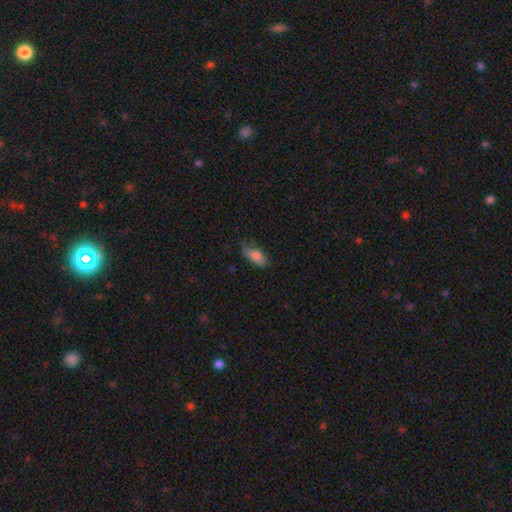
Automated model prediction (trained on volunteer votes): The model was most divided on "merging": none: 59%, minor disturbance: 32%, major disturbance: 8%, merger: 2%. More confident: how rounded — in between (87%); smooth or featured — smooth (81%).